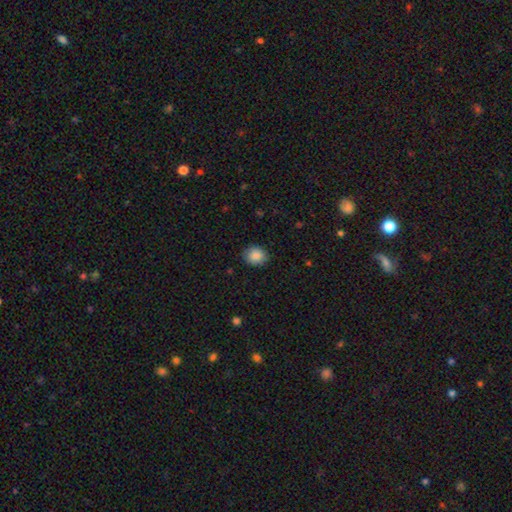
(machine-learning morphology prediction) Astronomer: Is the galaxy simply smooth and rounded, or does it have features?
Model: smooth — 88%.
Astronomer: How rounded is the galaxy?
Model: round — 68%.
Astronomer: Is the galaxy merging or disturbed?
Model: none — 86%.